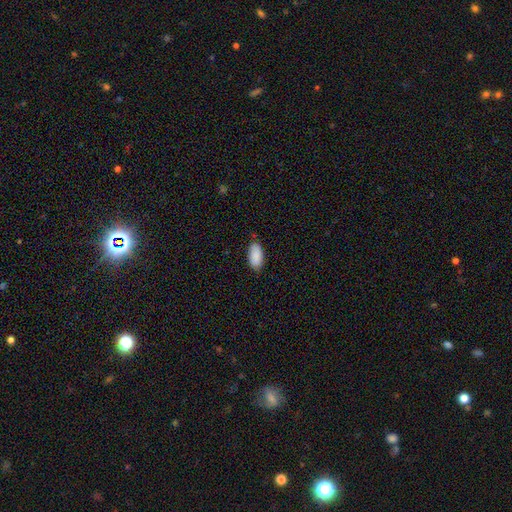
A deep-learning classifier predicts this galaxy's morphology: A smooth galaxy with no disk features (89%) that is in between round and cigar-shaped (93%). Merging: none (80%).